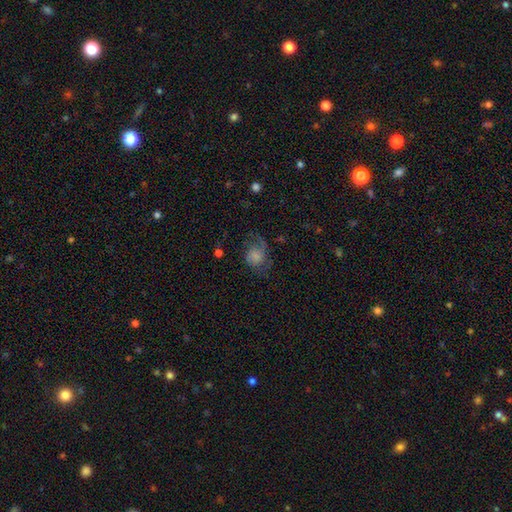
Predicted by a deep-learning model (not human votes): Smooth or featured?
  - smooth: 49% *
  - featured or disk: 40%
  - star or artifact: 11%
Merging?
  - none: 41% *
  - major disturbance: 33%
  - minor disturbance: 24%
  - merger: 2%